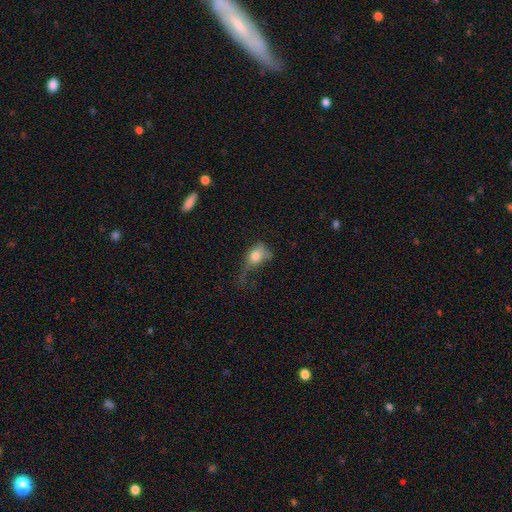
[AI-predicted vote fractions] A smooth galaxy with no disk features (71%) that is in between round and cigar-shaped (74%). Merging: major disturbance (53%).